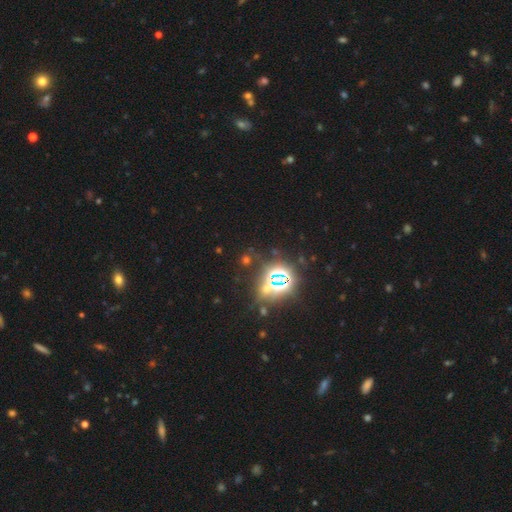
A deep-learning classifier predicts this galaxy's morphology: smooth_or_featured: star or artifact (p=0.66) [alt: smooth p=0.26]